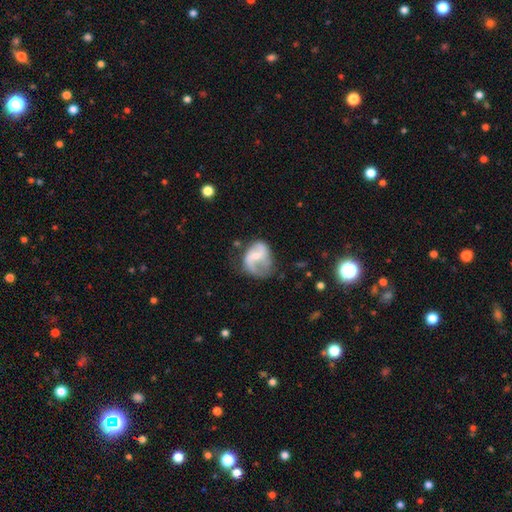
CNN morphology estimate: featured or disk 70%, smooth 23%, star or artifact 6%. Down the decision tree: edge-on disk — no (97%); bar — weak (43%); spiral arms — yes (85%); spiral arm count — 2 (73%); spiral winding — loose (54%); bulge size — small (52%); merging — none (42%).